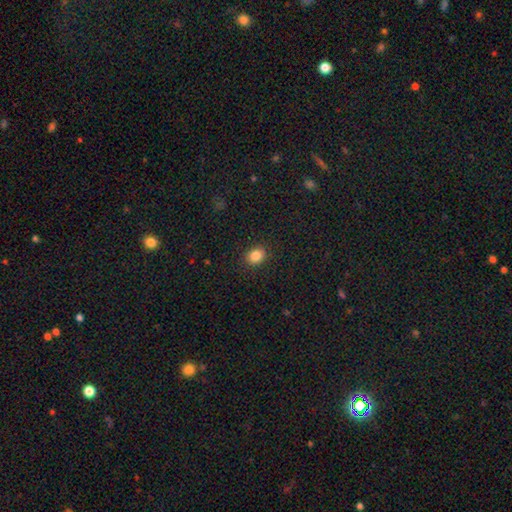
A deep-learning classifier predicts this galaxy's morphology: This is clearly a smooth galaxy (85%). How rounded: possibly round (56%). Merging: clearly none (90%).